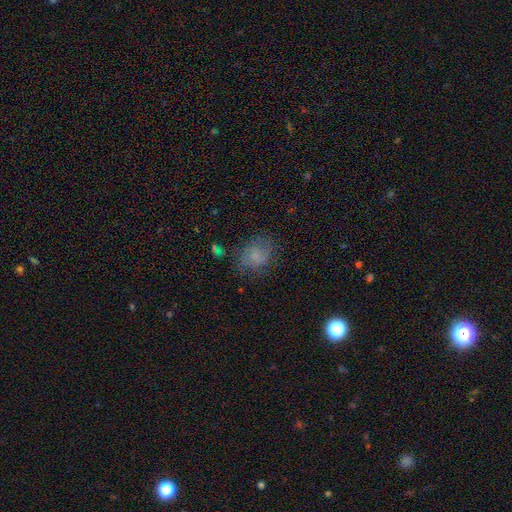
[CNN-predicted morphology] smooth 57%, featured or disk 29%, star or artifact 14%. Down the decision tree: how rounded — round (51%); merging — none (62%).